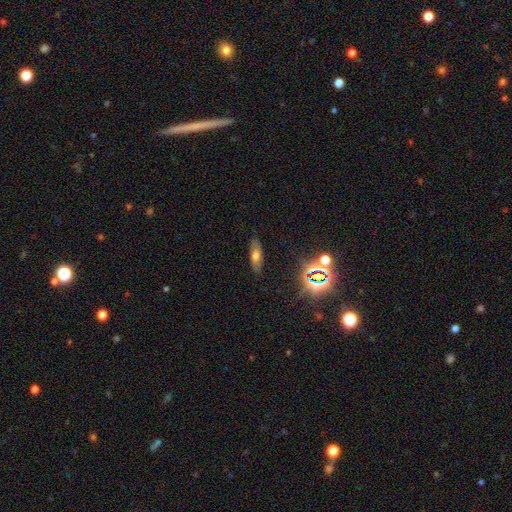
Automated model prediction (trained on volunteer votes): Smooth or featured: smooth — 56% (featured or disk — 25%)
How rounded: in between — 56% (cigar-shaped — 40%)
Merging: none — 84% (minor disturbance — 11%)